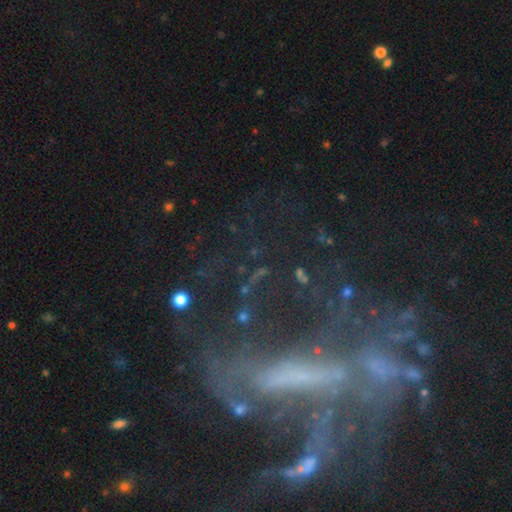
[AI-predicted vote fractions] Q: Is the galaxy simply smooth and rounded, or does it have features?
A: featured or disk — 59%.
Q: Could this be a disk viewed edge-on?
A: no — 81%.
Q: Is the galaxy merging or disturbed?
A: none — 52%.